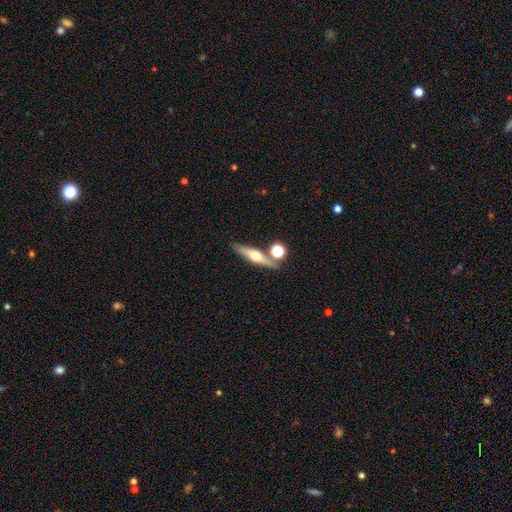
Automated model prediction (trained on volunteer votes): Smooth or featured? featured or disk (54%)
Edge-on disk? yes (92%)
Merging? none (73%)